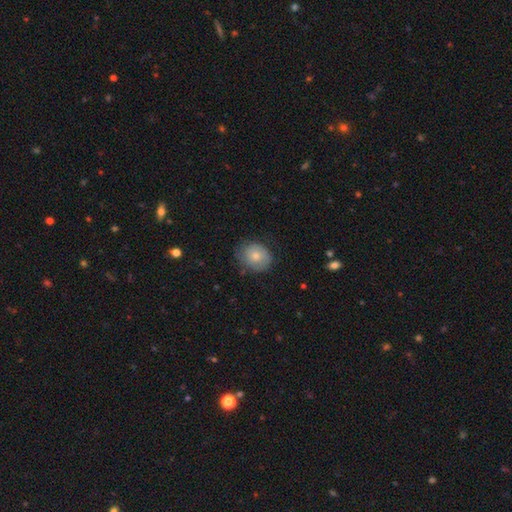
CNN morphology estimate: Smooth or featured: smooth — 72% (featured or disk — 20%)
How rounded: round — 63% (in between — 36%)
Merging: none — 69% (minor disturbance — 24%)